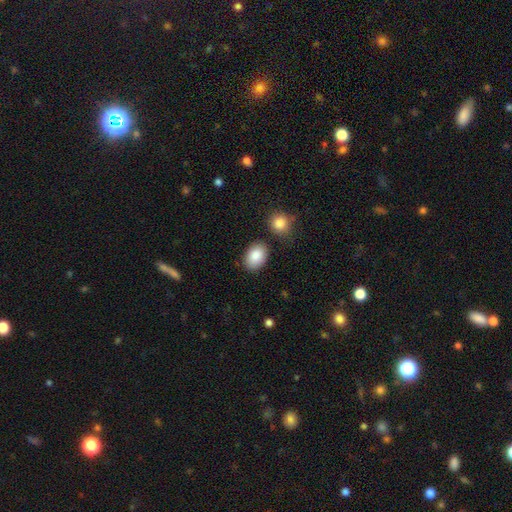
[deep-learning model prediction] Morphology: type=smooth (87%); roundness=in between (85%); merging=none (80%).